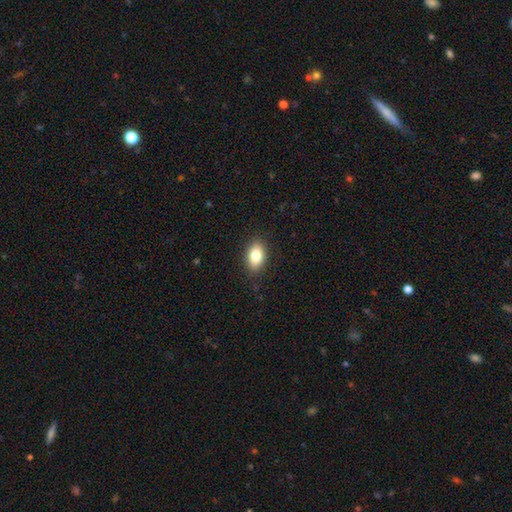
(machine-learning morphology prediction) This appears to be a smooth galaxy with no disk features (83%) that is in between round and cigar-shaped (88%). Merging: none (88%).